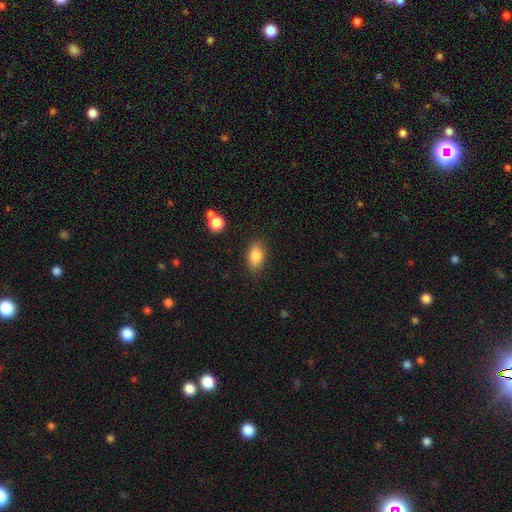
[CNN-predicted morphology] smooth 82%, featured or disk 9%, star or artifact 8%. Down the decision tree: how rounded — in between (86%); merging — none (84%).